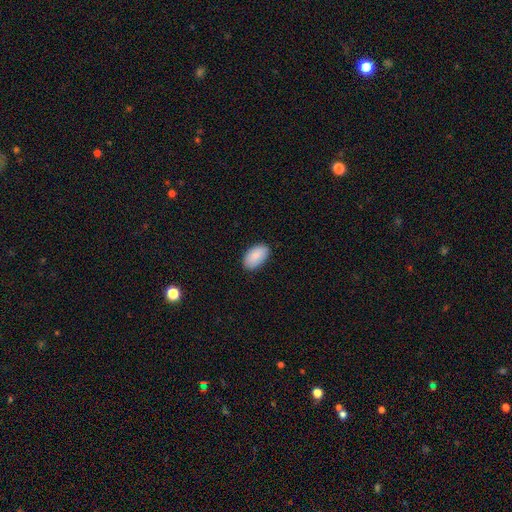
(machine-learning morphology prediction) Overall: smooth (89%). How rounded: in between (95%). Merging: none (86%).